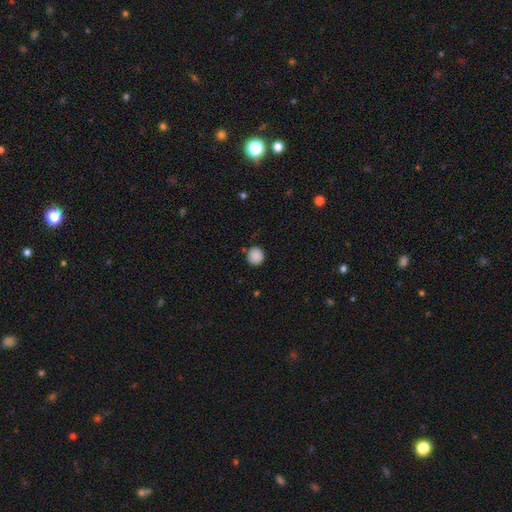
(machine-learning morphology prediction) type=smooth (88%); roundness=round (92%); merging=none (85%).